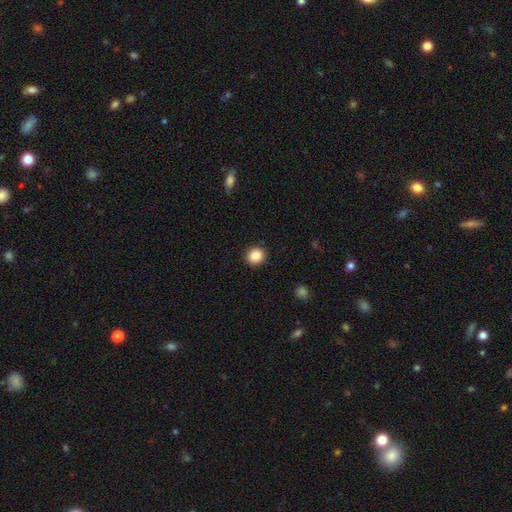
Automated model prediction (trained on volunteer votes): Smooth or featured? smooth (86%)
How rounded? round (83%)
Merging? none (91%)